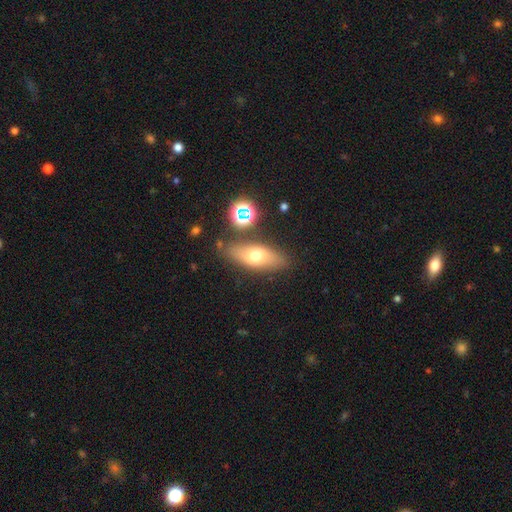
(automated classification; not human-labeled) Smooth or featured: smooth — 62% (featured or disk — 28%)
How rounded: in between — 70% (cigar-shaped — 25%)
Merging: none — 78% (minor disturbance — 13%)